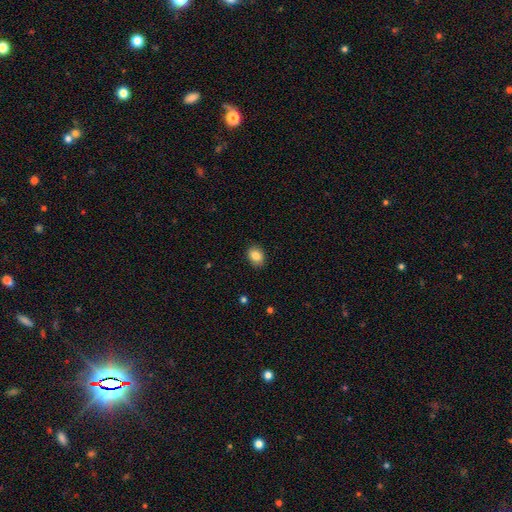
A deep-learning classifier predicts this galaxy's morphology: Smooth or featured?
  - smooth: 85% *
  - star or artifact: 8%
  - featured or disk: 6%
How rounded?
  - in between: 66% *
  - round: 33%
  - cigar-shaped: 1%
Merging?
  - none: 89% *
  - minor disturbance: 8%
  - major disturbance: 2%
  - merger: 1%